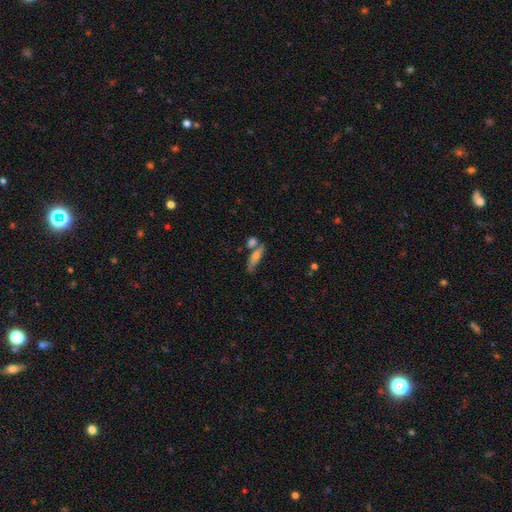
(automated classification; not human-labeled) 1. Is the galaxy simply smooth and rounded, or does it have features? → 55% smooth, 34% featured or disk, 11% star or artifact.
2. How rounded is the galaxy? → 62% cigar-shaped, 34% in between, 4% round.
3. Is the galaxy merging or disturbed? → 54% none, 24% merger, 15% minor disturbance, 7% major disturbance.